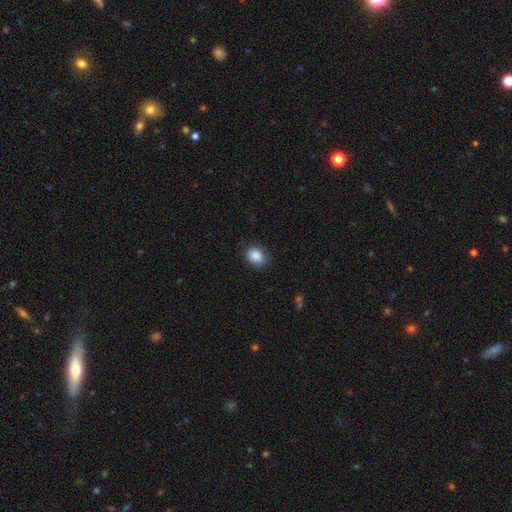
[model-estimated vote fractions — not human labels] smooth_or_featured: smooth (p=0.87) [alt: star or artifact p=0.08]
how_rounded: in between (p=0.50) [alt: round p=0.49]
merging: none (p=0.79) [alt: minor disturbance p=0.17]